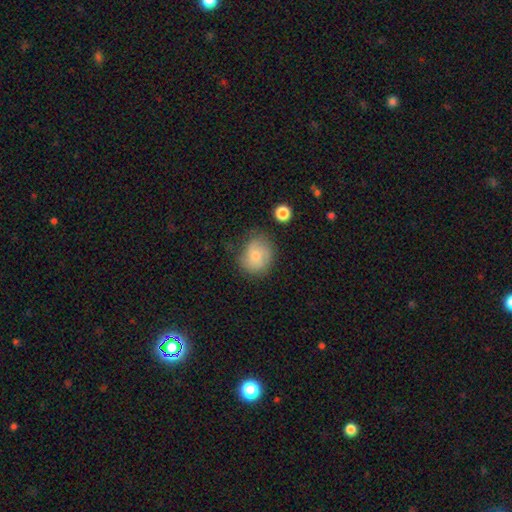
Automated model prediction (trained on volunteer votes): A smooth galaxy with no disk features (70%) that is round (73%).

Vote fractions:
- Smooth or featured? smooth: 70% / featured or disk: 21% / star or artifact: 9%
- How rounded? round: 73% / in between: 27% / cigar-shaped: 1%
- Merging? none: 59% / minor disturbance: 28% / major disturbance: 10% / merger: 3%